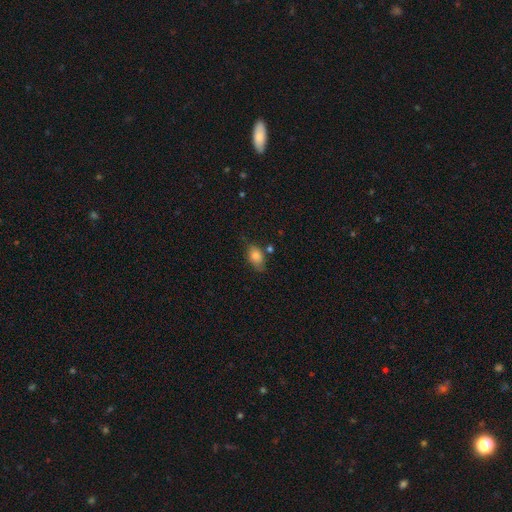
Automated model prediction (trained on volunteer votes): Smooth or featured: smooth — 81% (featured or disk — 10%)
How rounded: in between — 85% (round — 12%)
Merging: none — 65% (minor disturbance — 24%)